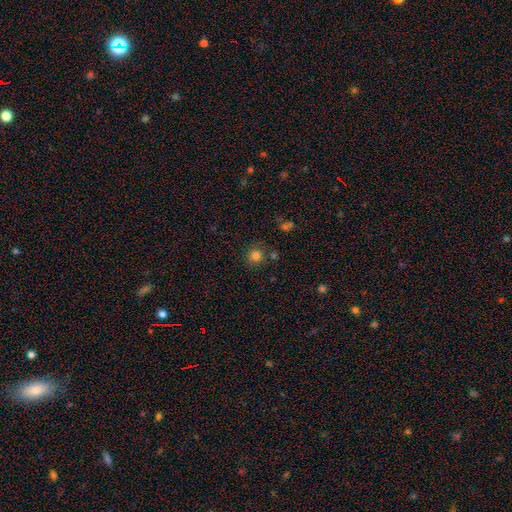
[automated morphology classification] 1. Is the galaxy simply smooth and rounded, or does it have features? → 81% smooth, 14% star or artifact, 5% featured or disk.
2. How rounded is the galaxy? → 92% round, 7% in between, 1% cigar-shaped.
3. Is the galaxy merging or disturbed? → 79% none, 10% minor disturbance, 8% merger, 4% major disturbance.